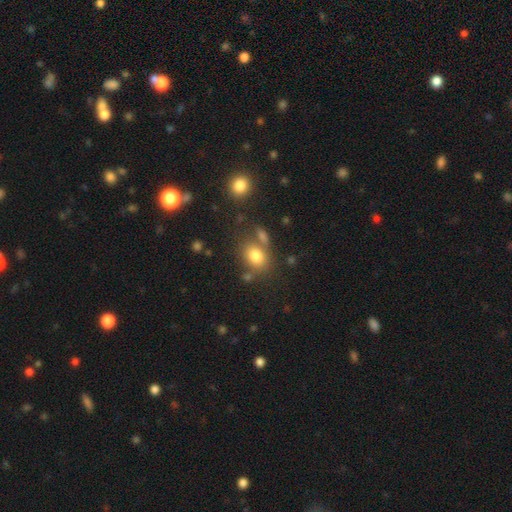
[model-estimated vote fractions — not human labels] Morphology: type=smooth (78%); roundness=in between (58%); merging=none (62%).